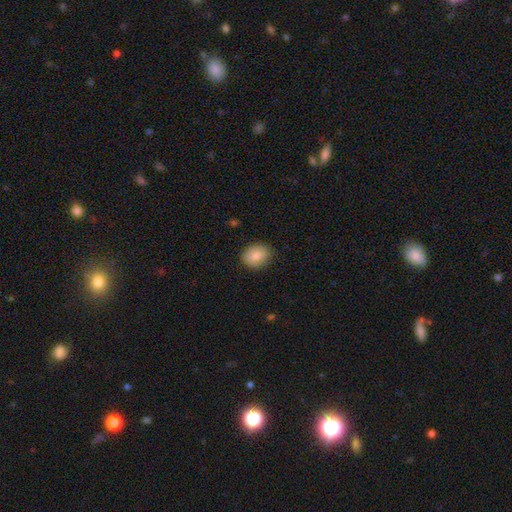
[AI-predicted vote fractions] Morphology: type=smooth (83%); roundness=round (53%); merging=none (85%).